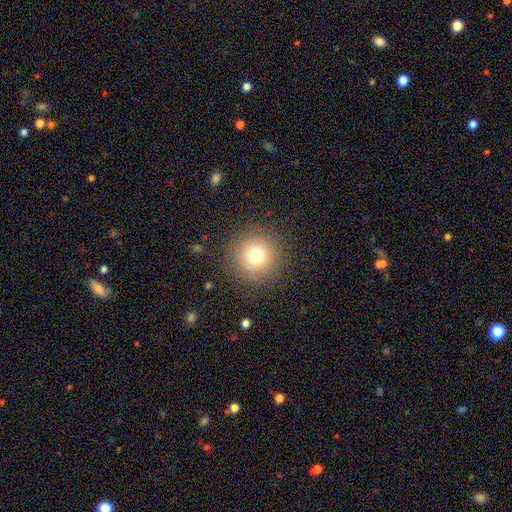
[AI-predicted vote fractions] Overall: smooth (75%). How rounded: round (96%). Merging: none (89%).